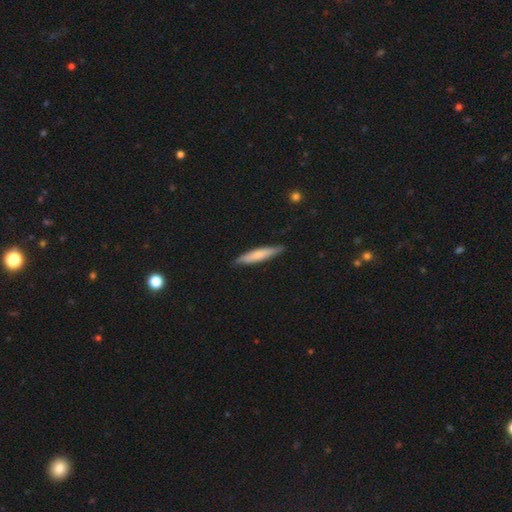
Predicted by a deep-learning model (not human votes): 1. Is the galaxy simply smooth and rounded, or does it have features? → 63% smooth, 31% featured or disk, 6% star or artifact.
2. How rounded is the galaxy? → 89% cigar-shaped, 9% in between, 1% round.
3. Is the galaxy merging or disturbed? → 87% none, 11% minor disturbance, 2% major disturbance, 1% merger.